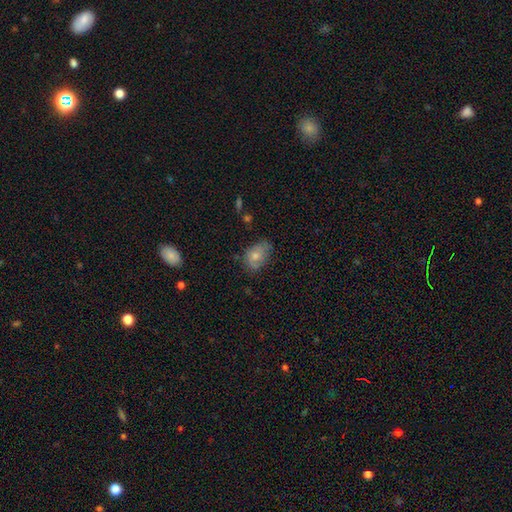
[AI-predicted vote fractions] Q: Smooth or featured?
A: smooth (64%); runner-up: featured or disk (28%)
Q: How rounded?
A: in between (78%); runner-up: round (20%)
Q: Merging?
A: none (57%); runner-up: minor disturbance (32%)